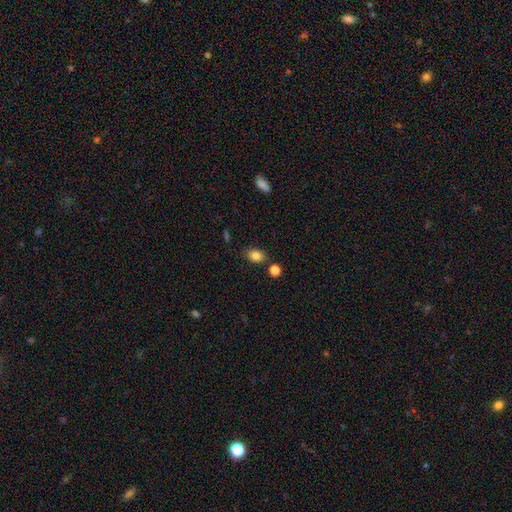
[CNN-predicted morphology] smooth_or_featured: smooth (p=0.84) [alt: star or artifact p=0.10]
how_rounded: in between (p=0.76) [alt: round p=0.23]
merging: none (p=0.79) [alt: minor disturbance p=0.11]